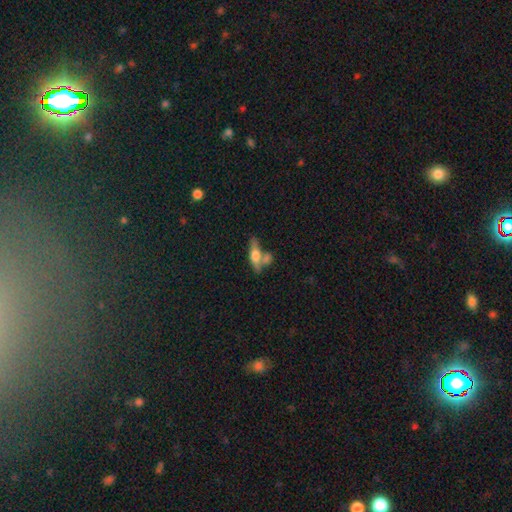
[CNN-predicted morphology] smooth-or-featured: smooth: 52% | featured or disk: 41% | star or artifact: 8%
  how-rounded: in between: 49% | cigar-shaped: 46% | round: 5%
  merging: none: 48% | merger: 32% | minor disturbance: 14% | major disturbance: 6%